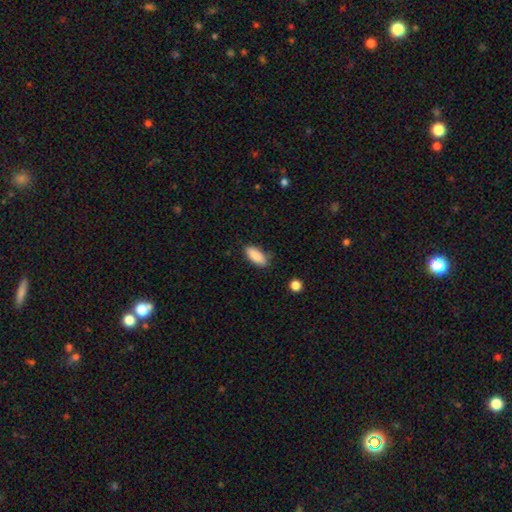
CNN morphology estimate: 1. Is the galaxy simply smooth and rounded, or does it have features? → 89% smooth, 7% star or artifact, 5% featured or disk.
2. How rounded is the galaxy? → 83% in between, 14% cigar-shaped, 2% round.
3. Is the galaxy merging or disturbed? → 80% none, 15% minor disturbance, 3% major disturbance, 2% merger.